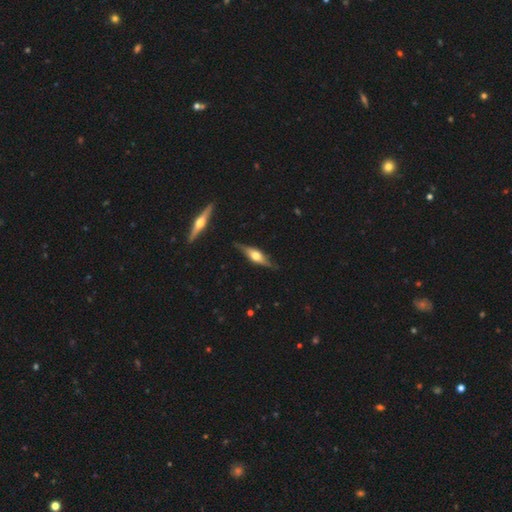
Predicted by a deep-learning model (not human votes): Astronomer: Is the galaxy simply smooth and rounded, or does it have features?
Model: featured or disk — 70%.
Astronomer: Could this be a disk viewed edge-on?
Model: yes — 91%.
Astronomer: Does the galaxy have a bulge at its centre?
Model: rounded — 91%.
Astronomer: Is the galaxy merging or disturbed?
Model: none — 80%.